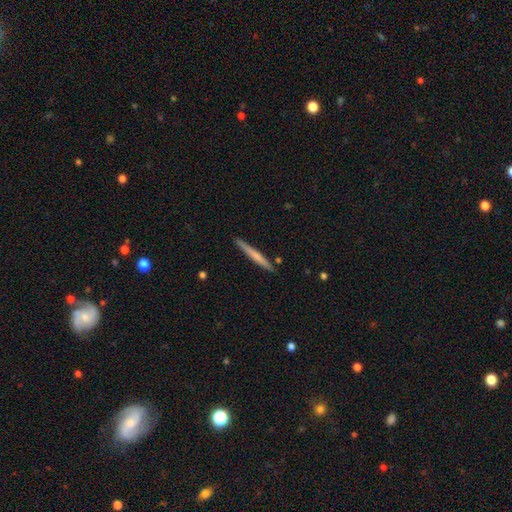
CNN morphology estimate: type=smooth (55%); roundness=cigar-shaped (97%); merging=none (90%).